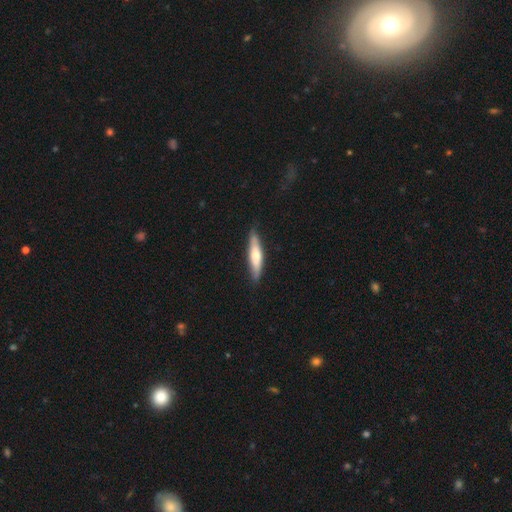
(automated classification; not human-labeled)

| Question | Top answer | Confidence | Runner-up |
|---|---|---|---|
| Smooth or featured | smooth | 58% | featured or disk (37%) |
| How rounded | cigar-shaped | 80% | in between (18%) |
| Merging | none | 83% | minor disturbance (13%) |